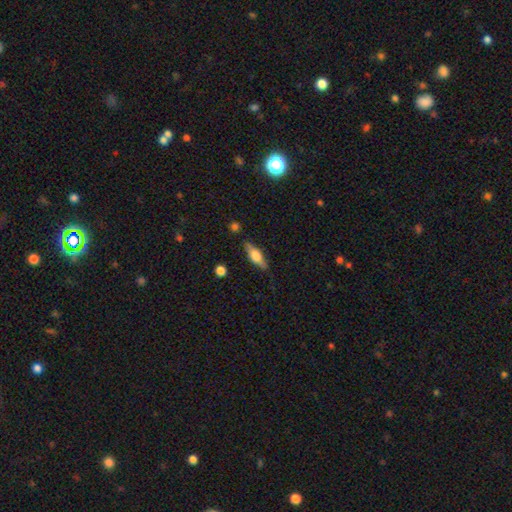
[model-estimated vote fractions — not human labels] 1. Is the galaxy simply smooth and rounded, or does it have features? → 47% featured or disk, 46% smooth, 7% star or artifact.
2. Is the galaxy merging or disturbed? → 83% none, 12% minor disturbance, 3% major disturbance, 2% merger.